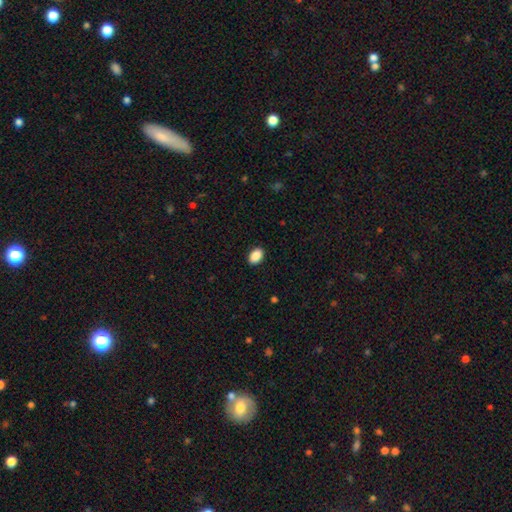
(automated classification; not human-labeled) Smooth or featured? Predicted: smooth (p=0.89). How rounded? Predicted: in between (p=0.86). Merging? Predicted: none (p=0.90).